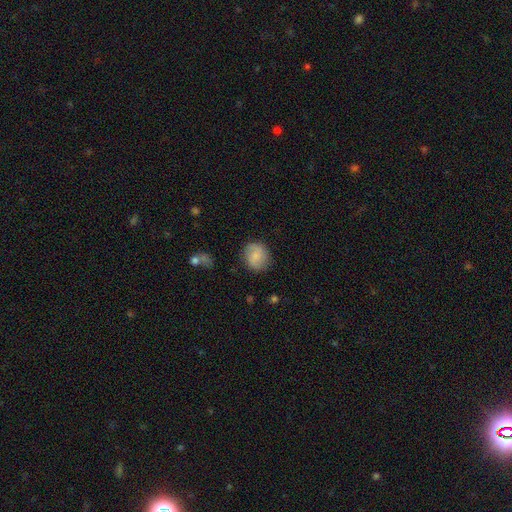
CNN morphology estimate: Q: Smooth or featured?
A: smooth (74%); runner-up: featured or disk (19%)
Q: How rounded?
A: round (78%); runner-up: in between (21%)
Q: Merging?
A: none (82%); runner-up: minor disturbance (13%)